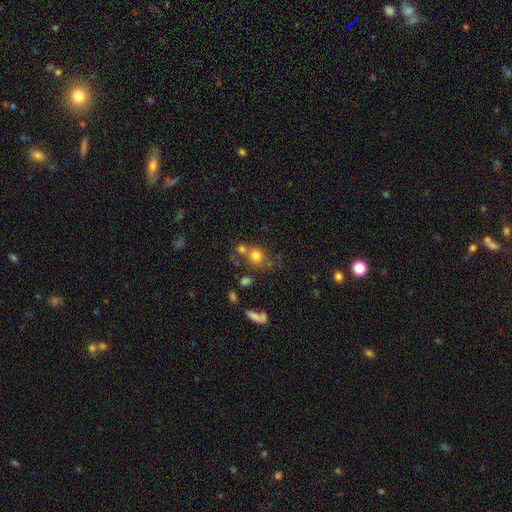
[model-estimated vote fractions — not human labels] The model was most divided on "merging": none: 52%, merger: 31%, minor disturbance: 11%, major disturbance: 6%. More confident: how rounded — round (77%); smooth or featured — smooth (77%).